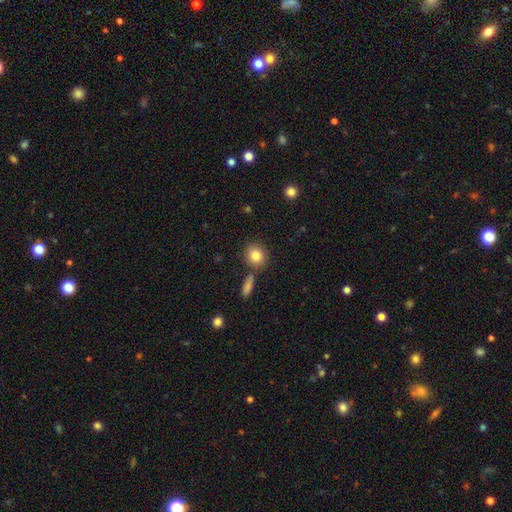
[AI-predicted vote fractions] Smooth or featured? smooth (83%)
How rounded? round (75%)
Merging? none (77%)